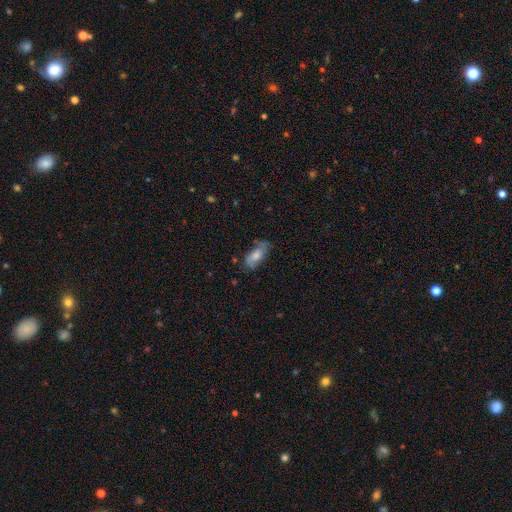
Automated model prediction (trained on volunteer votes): Smooth or featured: smooth — 59% (featured or disk — 33%)
How rounded: in between — 83% (cigar-shaped — 14%)
Merging: none — 60% (minor disturbance — 28%)